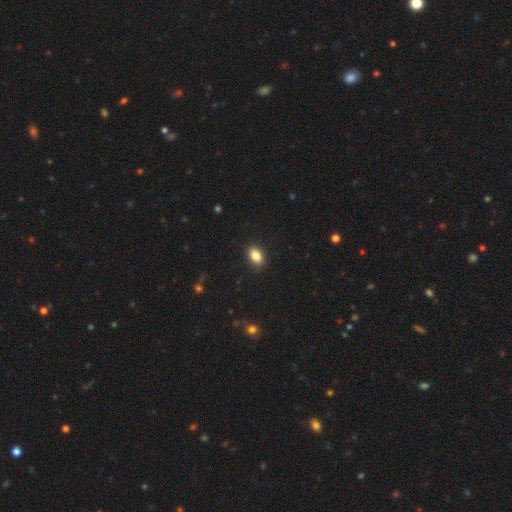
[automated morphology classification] The model was most divided on "how rounded": in between: 85%, round: 13%, cigar-shaped: 2%. More confident: merging — none (88%); smooth or featured — smooth (85%).